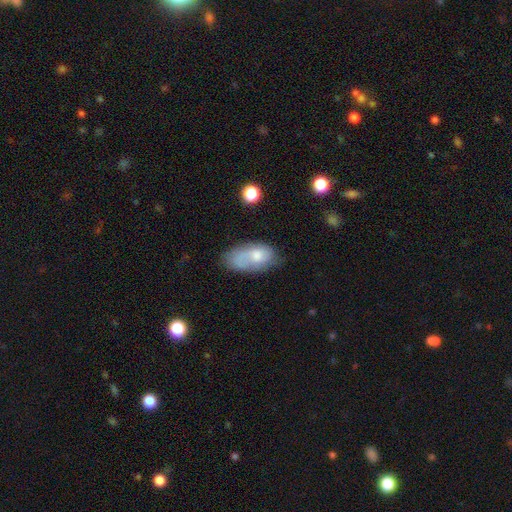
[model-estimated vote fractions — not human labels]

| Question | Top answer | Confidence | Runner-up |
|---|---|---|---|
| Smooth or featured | smooth | 62% | featured or disk (30%) |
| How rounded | in between | 92% | round (4%) |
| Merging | none | 51% | minor disturbance (30%) |